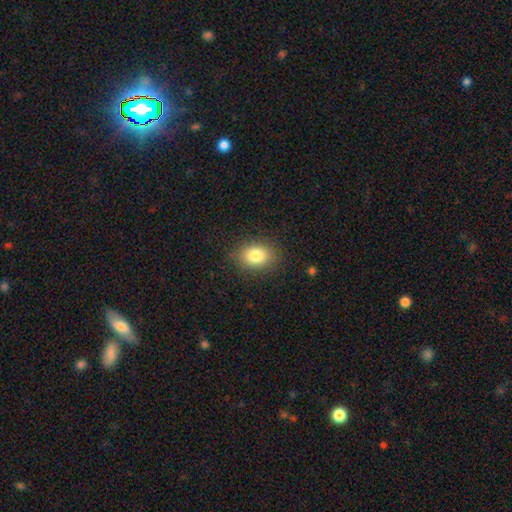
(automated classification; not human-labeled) The model was most divided on "how rounded": in between: 73%, round: 26%, cigar-shaped: 1%. More confident: merging — none (87%); smooth or featured — smooth (83%).